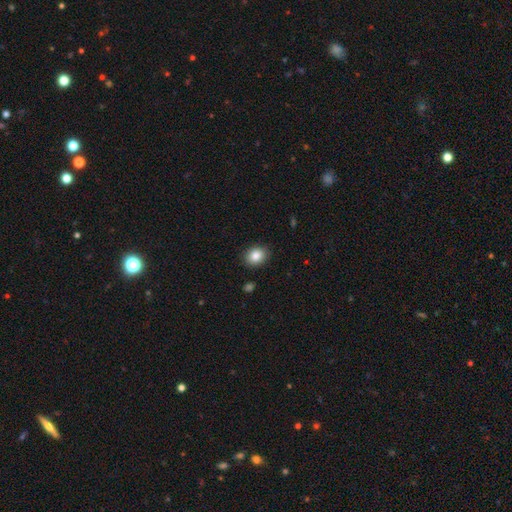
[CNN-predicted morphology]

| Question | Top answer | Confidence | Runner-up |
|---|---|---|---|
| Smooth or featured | smooth | 85% | star or artifact (9%) |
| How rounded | in between | 52% | round (47%) |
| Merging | none | 89% | minor disturbance (8%) |